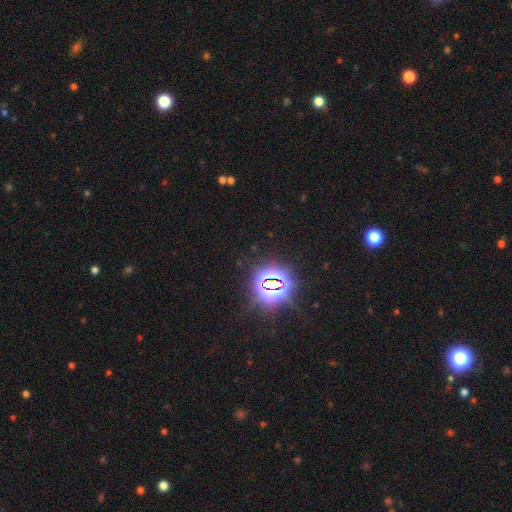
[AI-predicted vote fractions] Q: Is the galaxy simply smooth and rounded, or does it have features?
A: star or artifact — 84%.